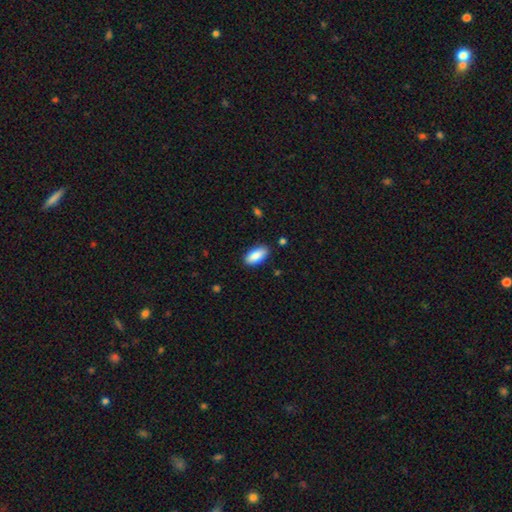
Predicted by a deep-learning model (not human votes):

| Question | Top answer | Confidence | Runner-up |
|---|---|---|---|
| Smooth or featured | smooth | 88% | star or artifact (6%) |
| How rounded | in between | 89% | cigar-shaped (10%) |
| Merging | none | 86% | minor disturbance (10%) |